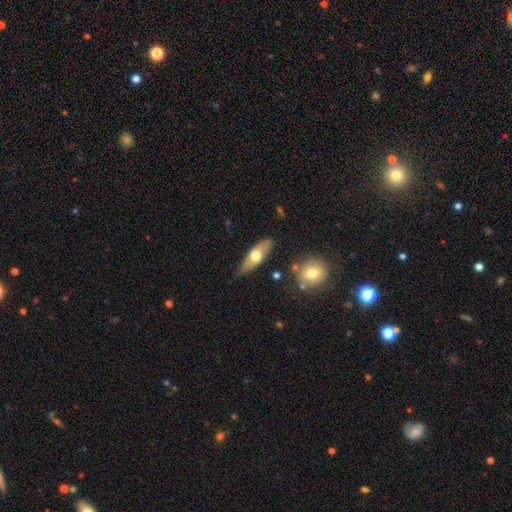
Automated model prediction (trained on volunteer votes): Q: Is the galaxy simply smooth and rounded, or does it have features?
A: smooth — 52%.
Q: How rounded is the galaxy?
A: in between — 56%.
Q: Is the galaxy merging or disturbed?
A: none — 72%.